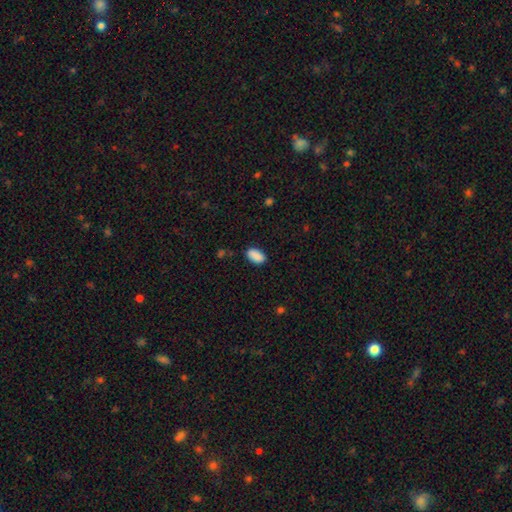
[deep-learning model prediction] smooth_or_featured: smooth (p=0.90) [alt: star or artifact p=0.07]
how_rounded: in between (p=0.93) [alt: round p=0.04]
merging: none (p=0.85) [alt: minor disturbance p=0.11]